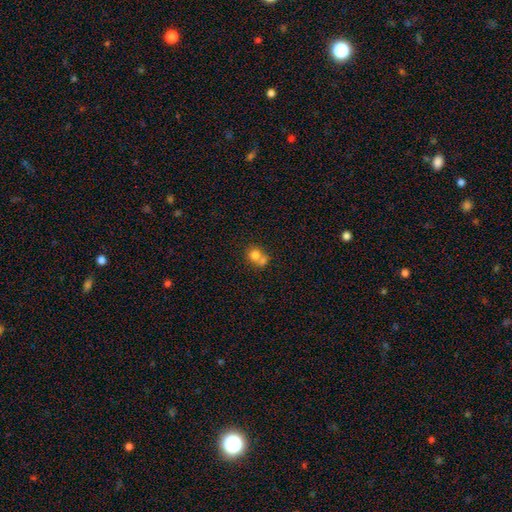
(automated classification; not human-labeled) The model was most divided on "merging": merger: 57%, none: 31%, minor disturbance: 7%, major disturbance: 4%. More confident: smooth or featured — smooth (75%); how rounded — round (75%).